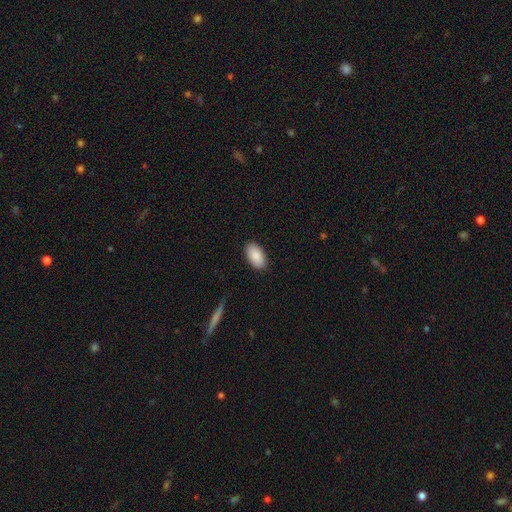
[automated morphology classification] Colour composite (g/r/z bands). It shows a smooth galaxy with no disk features (89%) that is in between round and cigar-shaped (95%). Merging: none (88%).